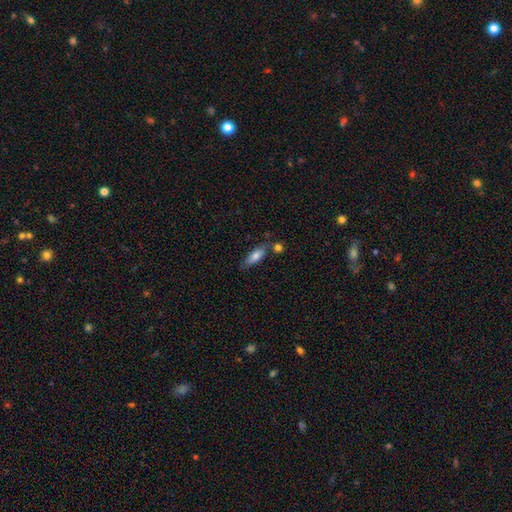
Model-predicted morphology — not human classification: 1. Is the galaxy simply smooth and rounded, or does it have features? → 75% smooth, 18% featured or disk, 7% star or artifact.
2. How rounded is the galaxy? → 65% in between, 32% cigar-shaped, 3% round.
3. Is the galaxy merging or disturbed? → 65% none, 17% minor disturbance, 14% merger, 4% major disturbance.